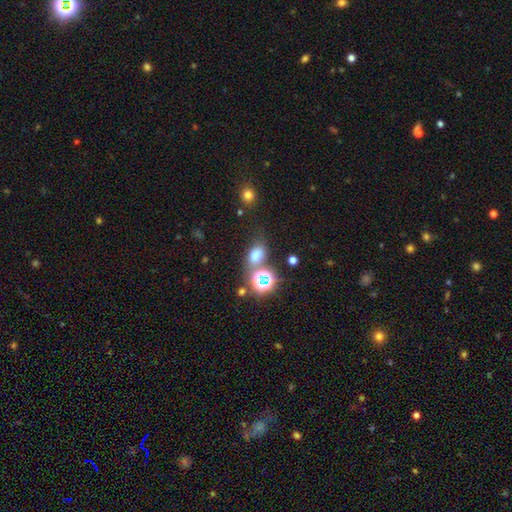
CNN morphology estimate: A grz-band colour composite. It shows a smooth galaxy with no disk features (65%) that is in between round and cigar-shaped (69%). Merging: none (56%).